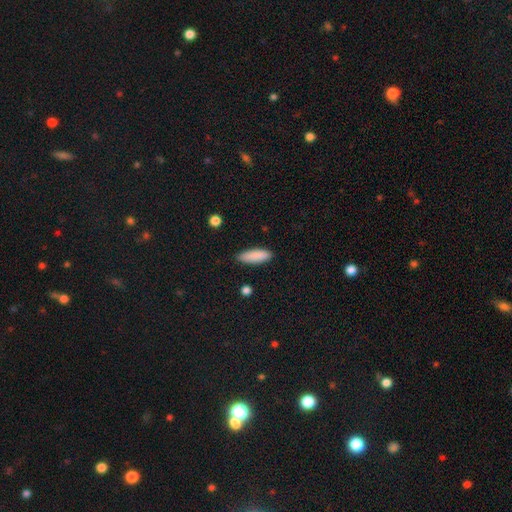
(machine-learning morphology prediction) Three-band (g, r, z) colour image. It shows a smooth galaxy with no disk features (89%) that is in between round and cigar-shaped (51%). Merging: none (83%).